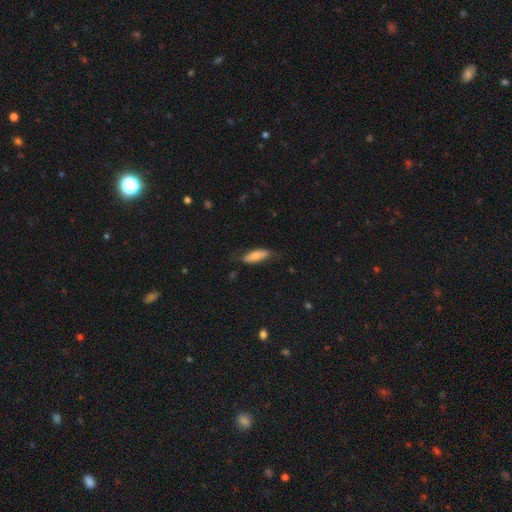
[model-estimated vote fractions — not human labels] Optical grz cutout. It shows a smooth galaxy with no disk features (64%) that is in between round and cigar-shaped (58%). Merging: none (65%).